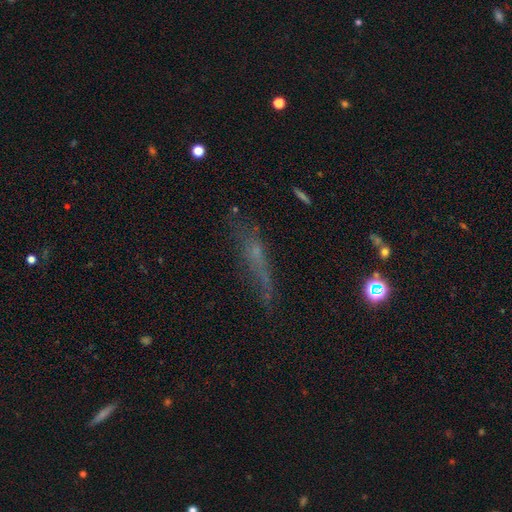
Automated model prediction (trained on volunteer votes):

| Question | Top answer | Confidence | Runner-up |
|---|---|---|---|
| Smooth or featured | smooth | 40% | featured or disk (39%) |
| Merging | none | 53% | minor disturbance (25%) |